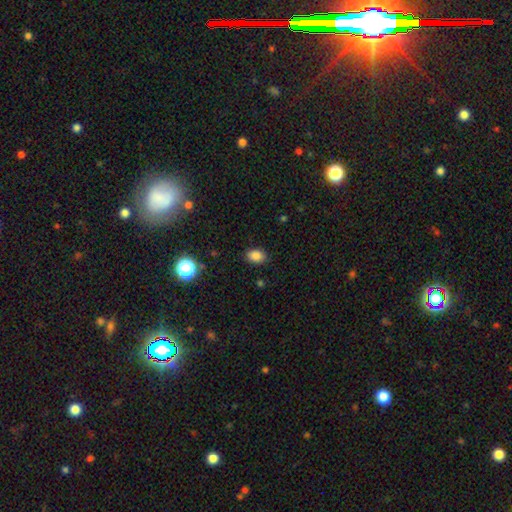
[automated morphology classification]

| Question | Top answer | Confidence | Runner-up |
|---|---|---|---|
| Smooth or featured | smooth | 84% | star or artifact (11%) |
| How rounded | in between | 71% | round (28%) |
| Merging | none | 87% | minor disturbance (9%) |